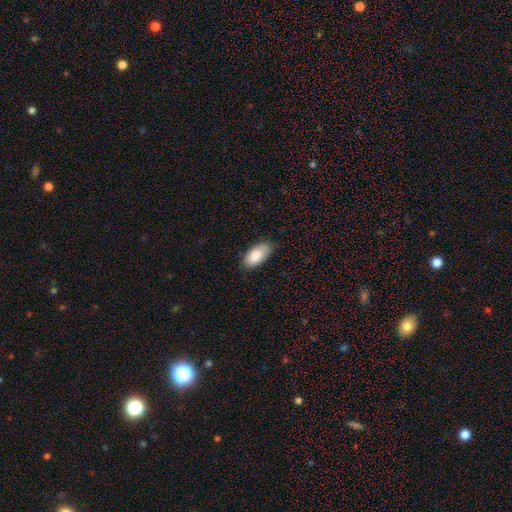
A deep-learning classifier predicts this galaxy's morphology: Q: Smooth or featured?
A: smooth (82%); runner-up: featured or disk (11%)
Q: How rounded?
A: in between (94%); runner-up: cigar-shaped (4%)
Q: Merging?
A: none (76%); runner-up: minor disturbance (20%)